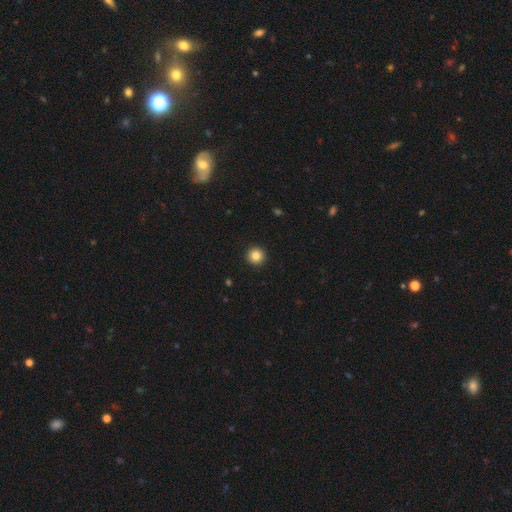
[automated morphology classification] smooth-or-featured: smooth: 86% | star or artifact: 10% | featured or disk: 4%
  how-rounded: round: 96% | in between: 3% | cigar-shaped: 1%
  merging: none: 94% | minor disturbance: 4% | major disturbance: 1% | merger: 1%